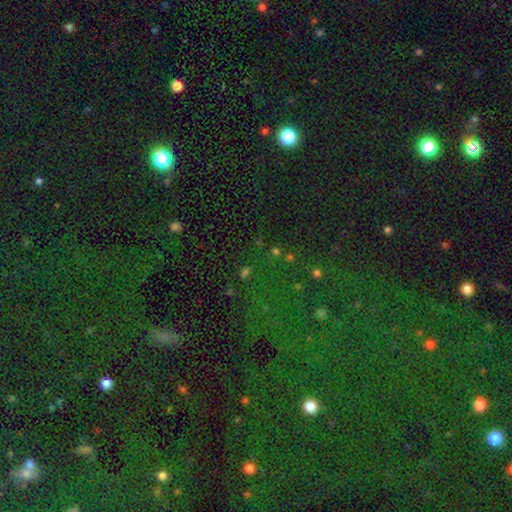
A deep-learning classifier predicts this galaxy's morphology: Smooth or featured: star or artifact — 79% (smooth — 14%)